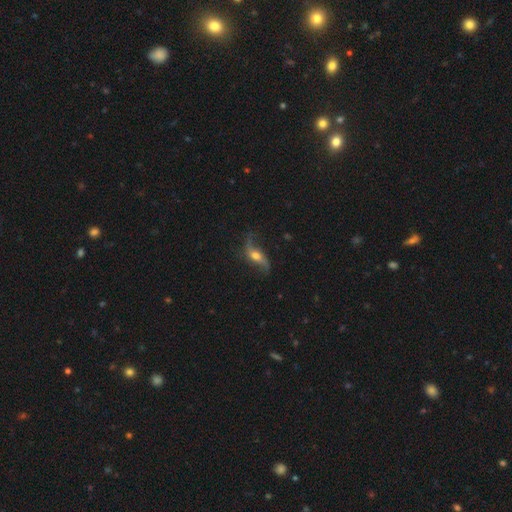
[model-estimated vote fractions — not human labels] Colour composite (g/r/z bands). It shows a featured or disk galaxy (76%) with no bar (49%), 2 (91%) loose (90%) spiral arms (91%) and a moderate central bulge (63%). Merging: none (68%).